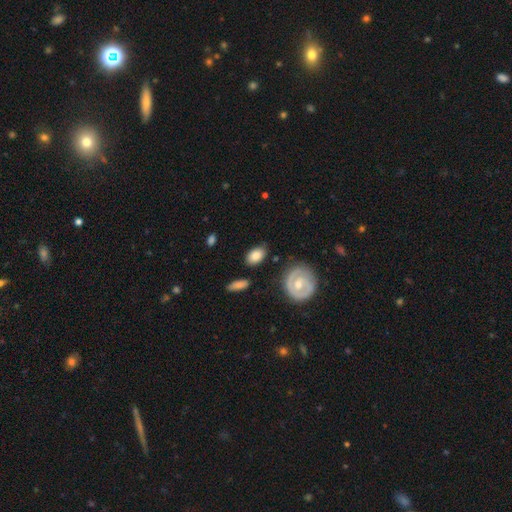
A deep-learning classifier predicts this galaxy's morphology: A smooth galaxy with no disk features (75%) that is in between round and cigar-shaped (84%). Merging: none (80%).